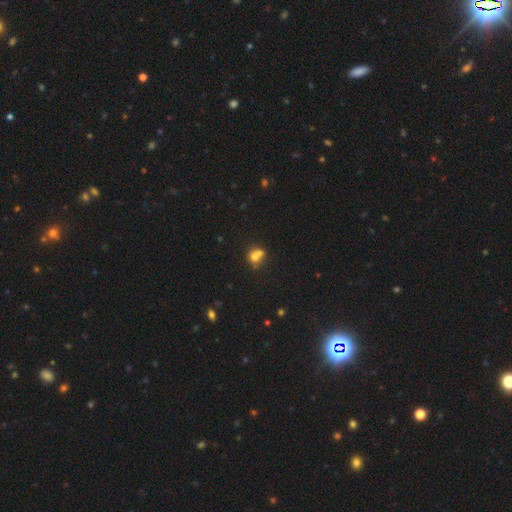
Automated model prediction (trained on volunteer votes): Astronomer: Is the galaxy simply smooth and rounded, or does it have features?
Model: smooth — 69%.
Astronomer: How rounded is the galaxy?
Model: round — 71%.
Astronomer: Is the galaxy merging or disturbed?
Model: merger — 54% (runner-up: none, 32%).